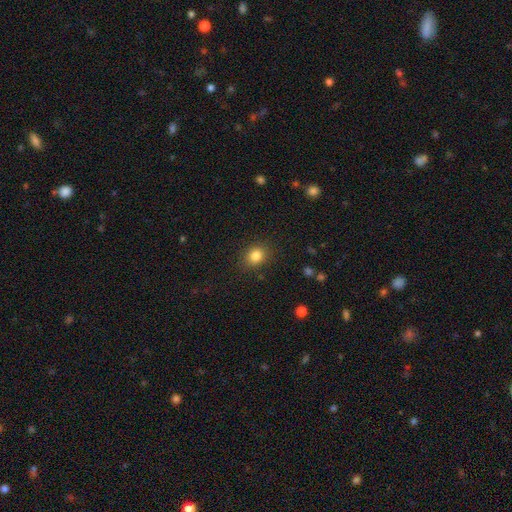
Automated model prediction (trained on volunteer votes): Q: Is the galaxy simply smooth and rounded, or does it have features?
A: smooth — 83%.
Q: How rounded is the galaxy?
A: round — 61%.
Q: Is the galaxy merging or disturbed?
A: none — 86%.